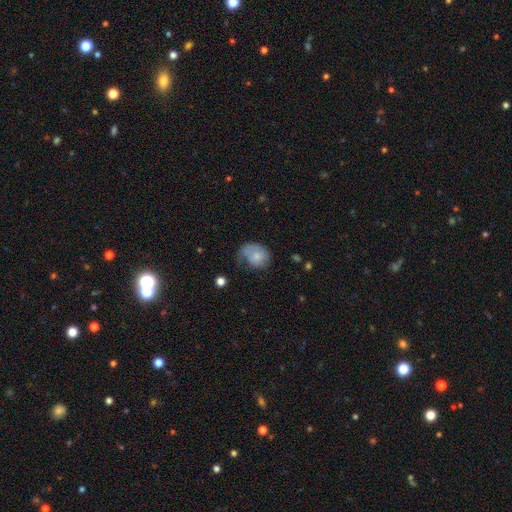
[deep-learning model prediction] A smooth galaxy with no disk features (68%) that is in between round and cigar-shaped (52%). Merging: none (32%).